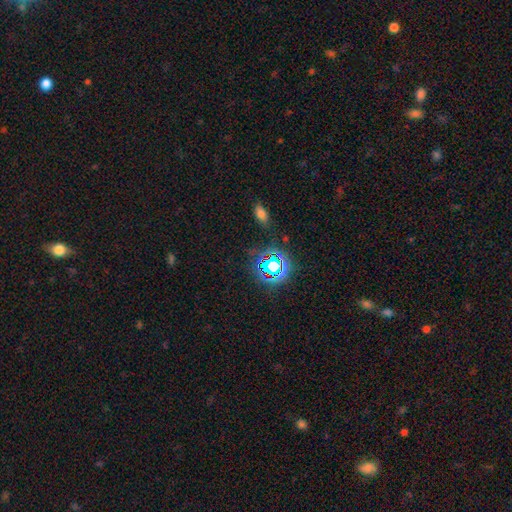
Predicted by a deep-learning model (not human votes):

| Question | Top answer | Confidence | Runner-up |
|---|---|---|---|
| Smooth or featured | star or artifact | 66% | smooth (25%) |